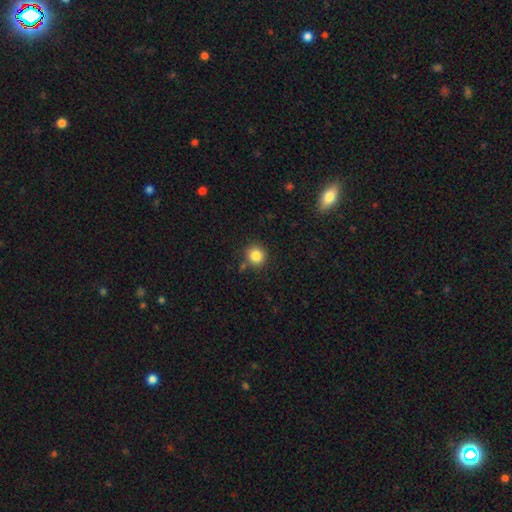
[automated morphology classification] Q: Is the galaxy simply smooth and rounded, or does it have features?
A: smooth — 84%.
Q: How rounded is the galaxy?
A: round — 88%.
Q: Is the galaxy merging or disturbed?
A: none — 82%.